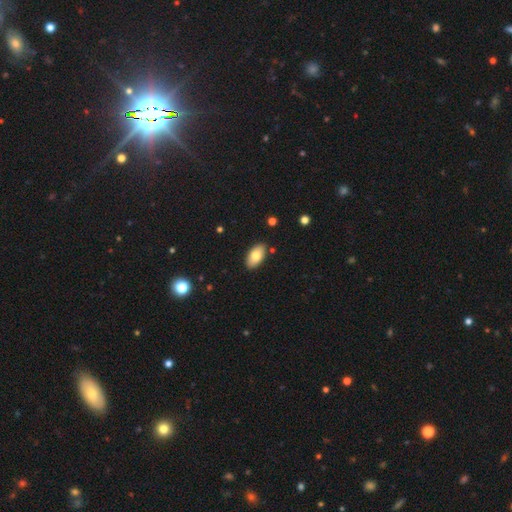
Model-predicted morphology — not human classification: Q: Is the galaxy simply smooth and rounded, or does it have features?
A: smooth — 78%.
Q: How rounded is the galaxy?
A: in between — 94%.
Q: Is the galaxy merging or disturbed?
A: none — 87%.